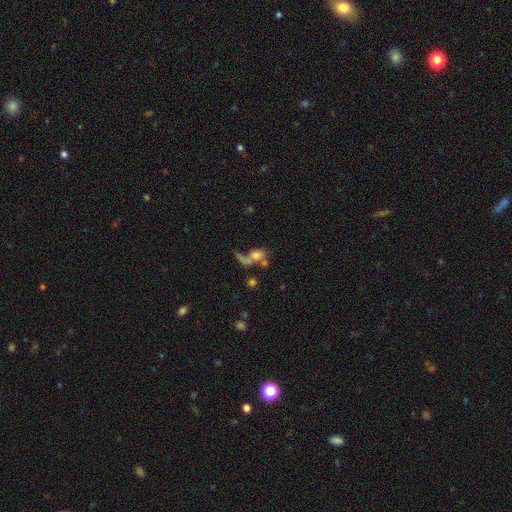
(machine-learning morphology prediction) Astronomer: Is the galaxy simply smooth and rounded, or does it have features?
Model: smooth — 52% (runner-up: featured or disk, 30%).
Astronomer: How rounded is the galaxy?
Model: in between — 49% (runner-up: round, 45%).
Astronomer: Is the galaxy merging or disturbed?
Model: merger — 36% (runner-up: none, 27%).